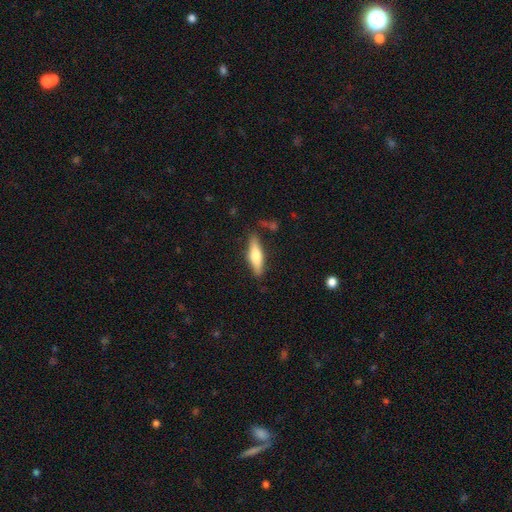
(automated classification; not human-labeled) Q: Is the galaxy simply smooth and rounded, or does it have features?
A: smooth — 61%.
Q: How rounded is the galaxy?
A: cigar-shaped — 66%.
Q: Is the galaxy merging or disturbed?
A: none — 82%.